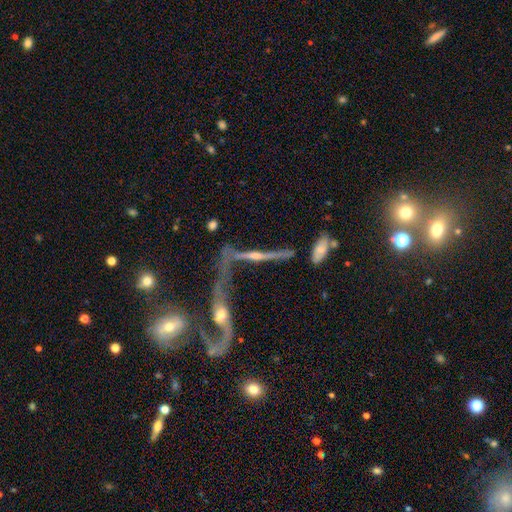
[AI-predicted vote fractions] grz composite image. It shows a featured or disk galaxy (77%) viewed edge-on (69%) with a rounded central bulge (76%). Merging: merger (45%).